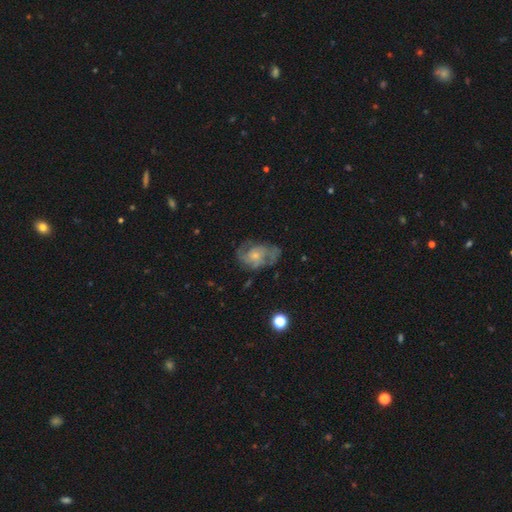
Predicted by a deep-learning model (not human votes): A featured or disk galaxy (74%) with no bar (74%), 2 (46%) medium (48%) spiral arms (88%) and a small central bulge (52%).

Vote fractions:
- Smooth or featured? featured or disk: 74% / smooth: 19% / star or artifact: 7%
- Edge-on disk? no: 97% / yes: 3%
- Bar? no: 74% / weak: 23% / strong: 3%
- Spiral arms? yes: 88% / no: 12%
- Spiral winding? medium: 48% / tight: 33% / loose: 19%
- Spiral arm count? 2: 46% / can't tell: 24% / 3: 17% / 1: 5% / 4: 4% / more than 4: 3%
- Bulge size? small: 52% / moderate: 36% / none: 7% / large: 4% / dominant: 1%
- Merging? none: 59% / minor disturbance: 23% / major disturbance: 16% / merger: 2%